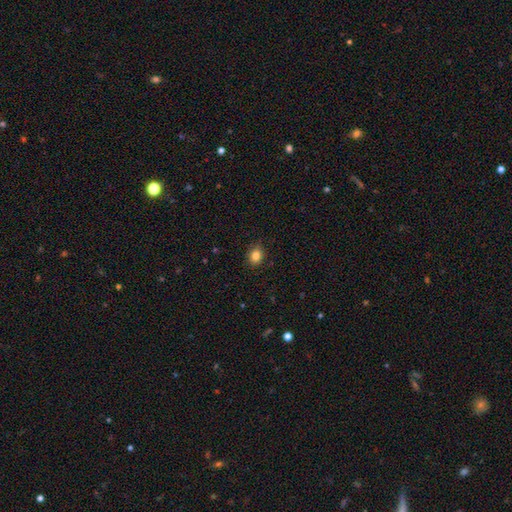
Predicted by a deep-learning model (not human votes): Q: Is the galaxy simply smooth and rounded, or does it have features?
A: smooth — 84%.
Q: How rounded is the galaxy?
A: in between — 50%.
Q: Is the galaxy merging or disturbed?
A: none — 87%.